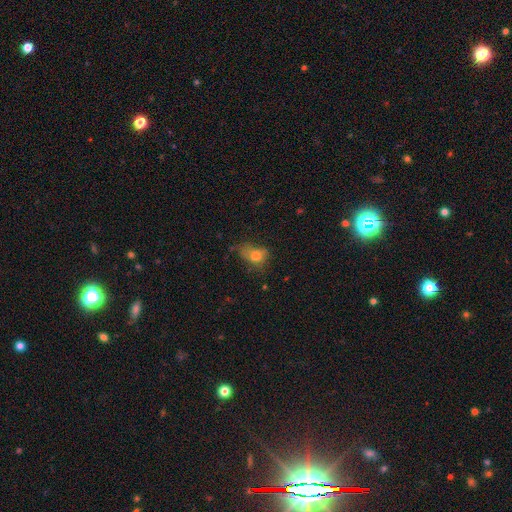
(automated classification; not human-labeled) Smooth or featured: smooth — 72% (featured or disk — 16%)
How rounded: in between — 66% (round — 32%)
Merging: none — 36% (minor disturbance — 32%)